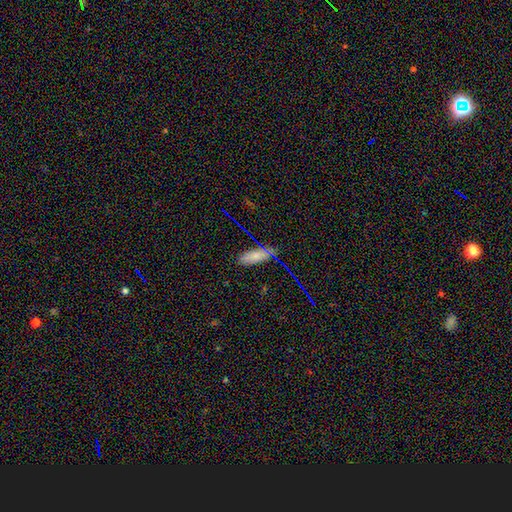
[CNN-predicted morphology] Overall: smooth (64%). How rounded: in between (77%). Merging: none (79%).